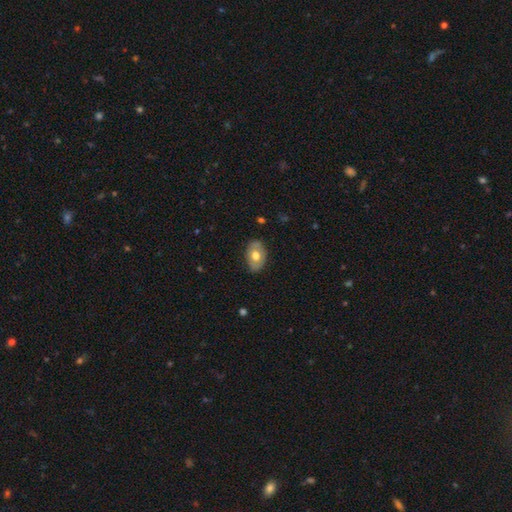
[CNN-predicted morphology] The model was most divided on "smooth or featured": smooth: 60%, featured or disk: 33%, star or artifact: 6%. More confident: how rounded — in between (84%); merging — none (82%).